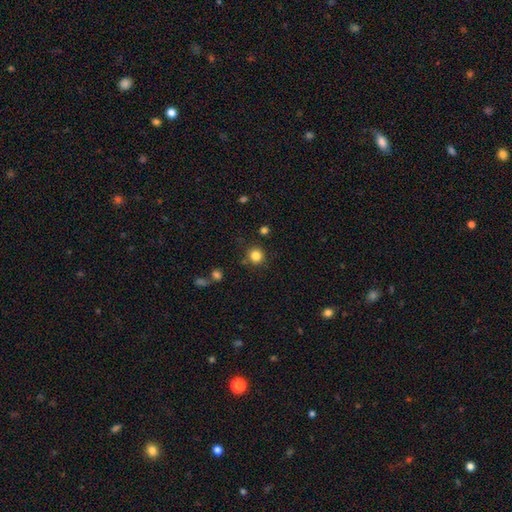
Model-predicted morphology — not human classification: This appears to be a smooth galaxy with no disk features (84%) that is round (92%). Merging: none (85%).